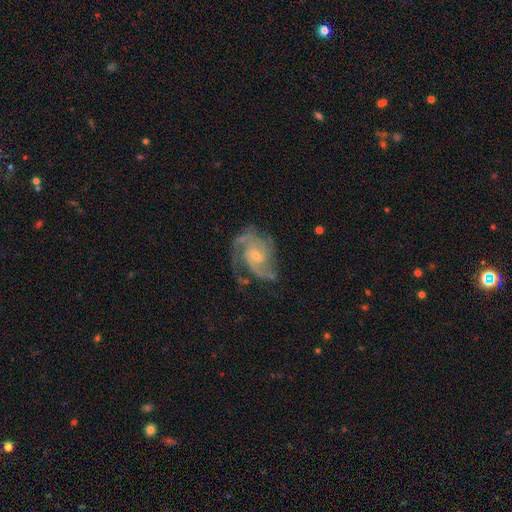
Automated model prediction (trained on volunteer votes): The model was most divided on "spiral winding": medium: 47%, tight: 42%, loose: 11%. Remaining: edge-on disk — no (98%); spiral arms — yes (98%); smooth or featured — featured or disk (90%); merging — none (66%); bulge size — small (65%); bar — no (63%); spiral arm count — 3 (38%).